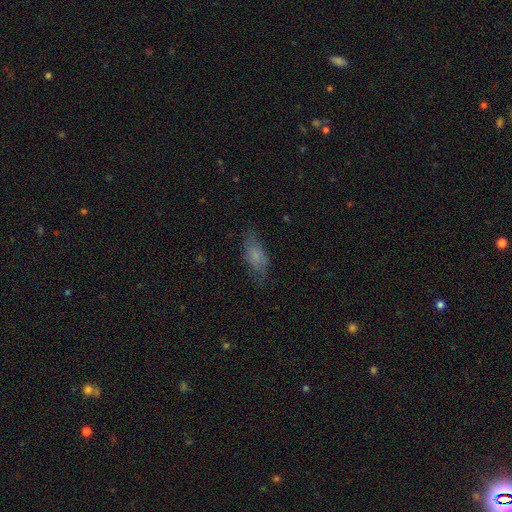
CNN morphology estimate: Overall: smooth (70%). How rounded: in between (80%). Merging: none (67%).